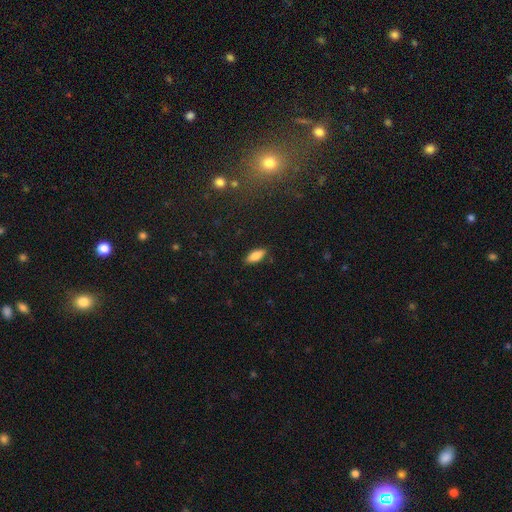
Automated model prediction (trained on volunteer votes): Smooth or featured? Predicted: smooth (p=0.83). How rounded? Predicted: in between (p=0.76). Merging? Predicted: none (p=0.86).